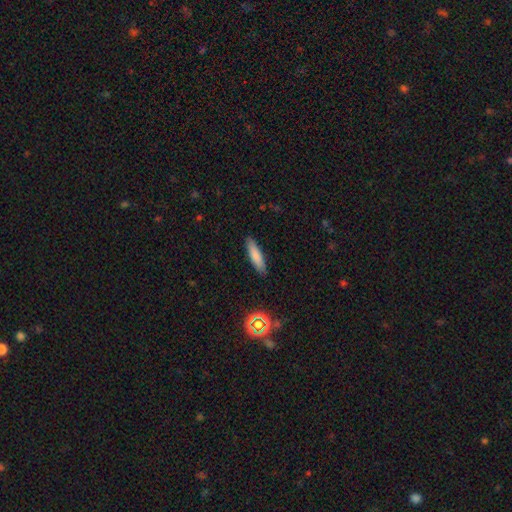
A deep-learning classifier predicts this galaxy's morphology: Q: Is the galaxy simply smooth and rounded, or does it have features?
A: smooth — 81%.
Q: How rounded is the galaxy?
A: cigar-shaped — 73%.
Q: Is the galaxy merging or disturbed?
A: none — 89%.